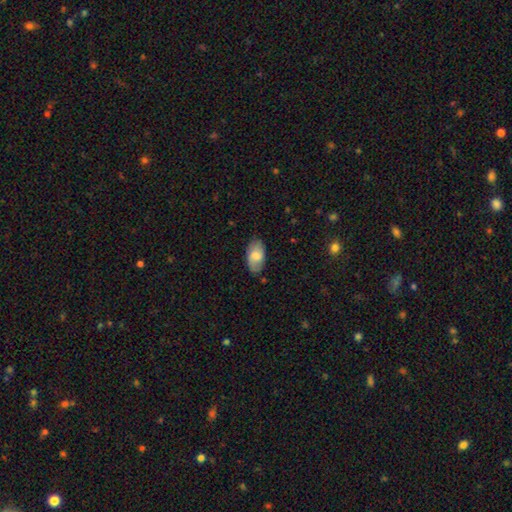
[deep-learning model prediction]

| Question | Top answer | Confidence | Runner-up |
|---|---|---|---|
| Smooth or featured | smooth | 72% | featured or disk (21%) |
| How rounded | in between | 95% | round (3%) |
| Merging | none | 80% | minor disturbance (16%) |